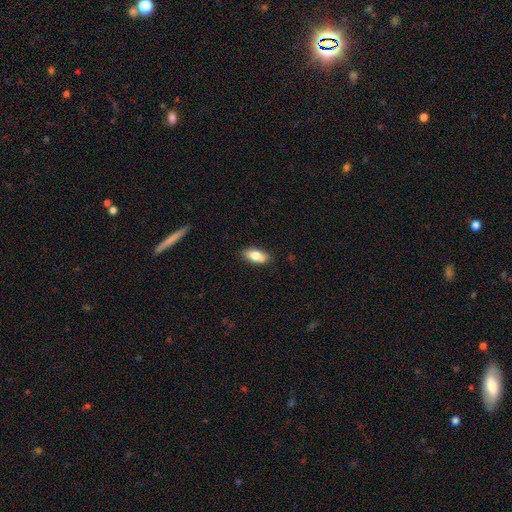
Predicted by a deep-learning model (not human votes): Q: Smooth or featured?
A: smooth (78%); runner-up: featured or disk (15%)
Q: How rounded?
A: in between (86%); runner-up: cigar-shaped (11%)
Q: Merging?
A: none (83%); runner-up: minor disturbance (13%)